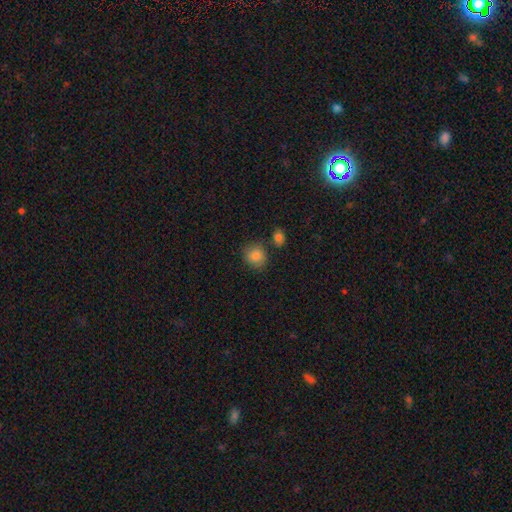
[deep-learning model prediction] Morphology: type=smooth (85%); roundness=round (82%); merging=none (77%).